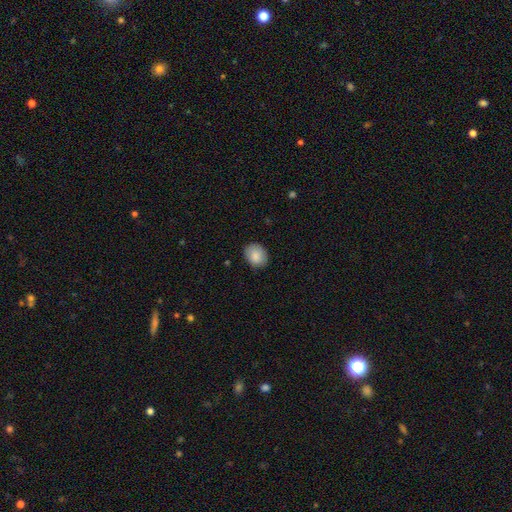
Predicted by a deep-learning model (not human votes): Smooth or featured: smooth — 87% (star or artifact — 7%)
How rounded: round — 54% (in between — 45%)
Merging: none — 85% (minor disturbance — 12%)